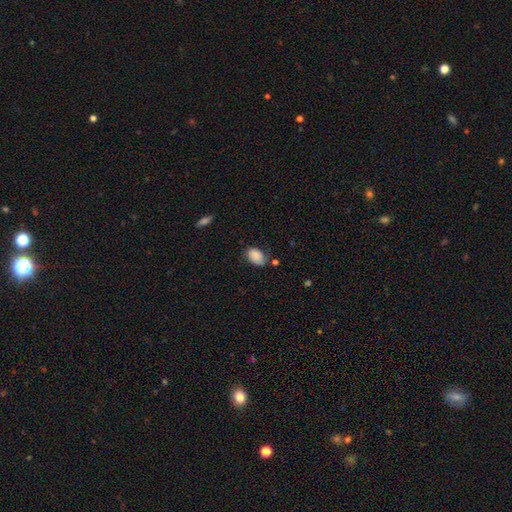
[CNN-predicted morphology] type=smooth (86%); roundness=in between (87%); merging=none (65%).